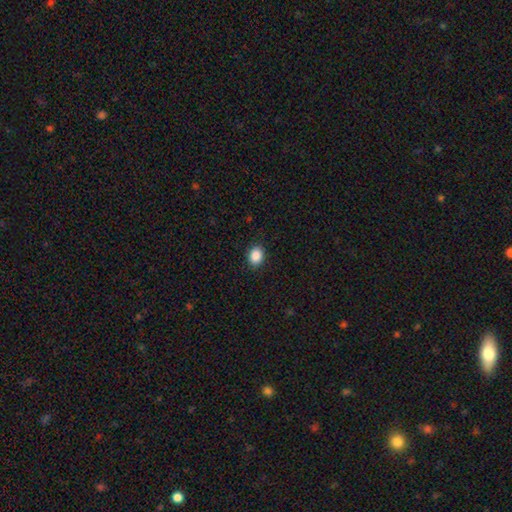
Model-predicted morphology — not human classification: A smooth galaxy with no disk features (88%) that is in between round and cigar-shaped (55%). Merging: none (90%).